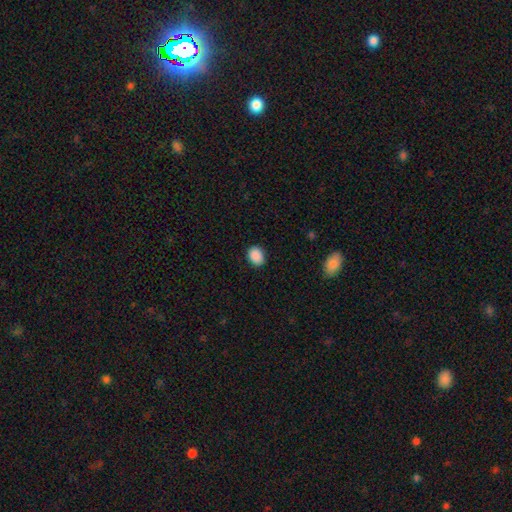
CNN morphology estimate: Q: Smooth or featured?
A: smooth (90%); runner-up: star or artifact (8%)
Q: How rounded?
A: in between (60%); runner-up: round (40%)
Q: Merging?
A: none (88%); runner-up: minor disturbance (9%)